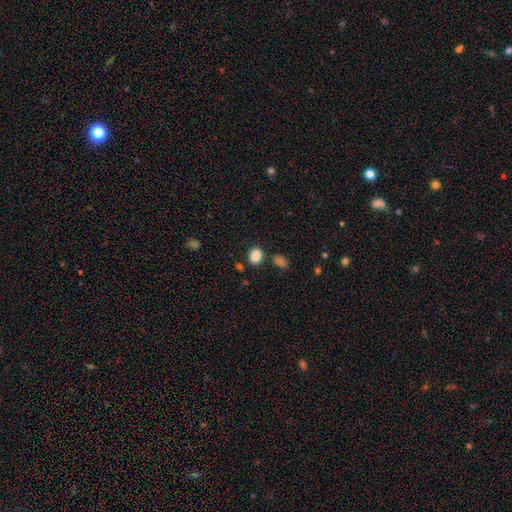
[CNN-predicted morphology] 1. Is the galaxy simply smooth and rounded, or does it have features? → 87% smooth, 10% star or artifact, 4% featured or disk.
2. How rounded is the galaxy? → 61% in between, 38% round, 1% cigar-shaped.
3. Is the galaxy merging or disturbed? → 77% none, 12% minor disturbance, 8% merger, 4% major disturbance.